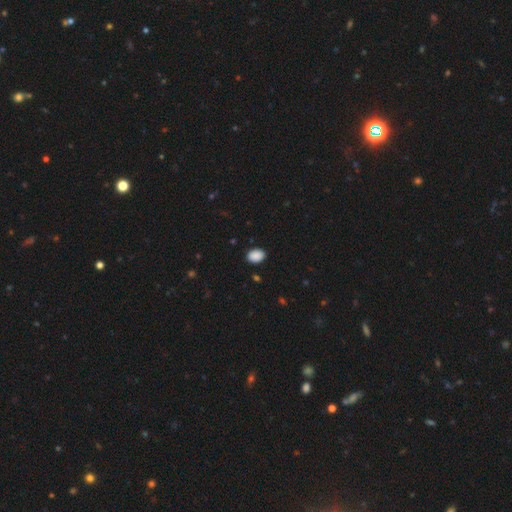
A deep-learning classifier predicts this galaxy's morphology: Overall: smooth (89%). How rounded: in between (76%). Merging: none (88%).